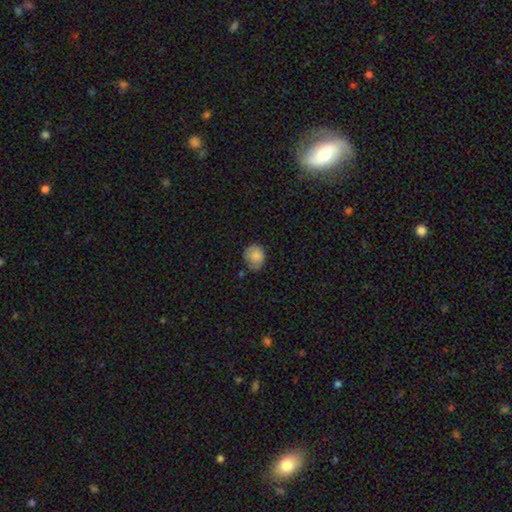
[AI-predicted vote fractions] smooth-or-featured: smooth: 85% | star or artifact: 8% | featured or disk: 7%
  how-rounded: round: 68% | in between: 31% | cigar-shaped: 1%
  merging: none: 59% | minor disturbance: 31% | major disturbance: 6% | merger: 3%